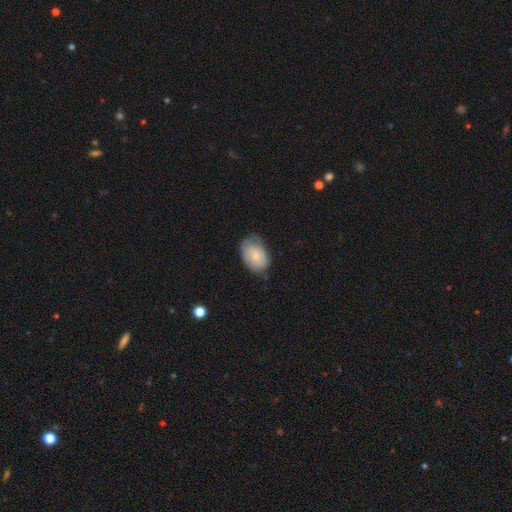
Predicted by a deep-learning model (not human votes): A smooth galaxy with no disk features (69%) that is in between round and cigar-shaped (81%). Merging: none (52%).